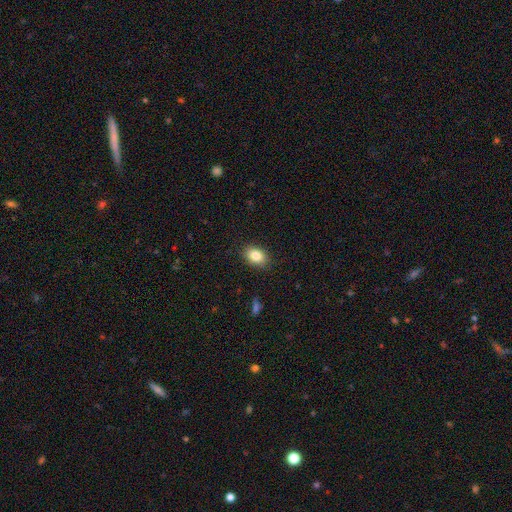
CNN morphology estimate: The model was most divided on "how rounded": in between: 78%, round: 21%, cigar-shaped: 1%. More confident: merging — none (87%); smooth or featured — smooth (84%).